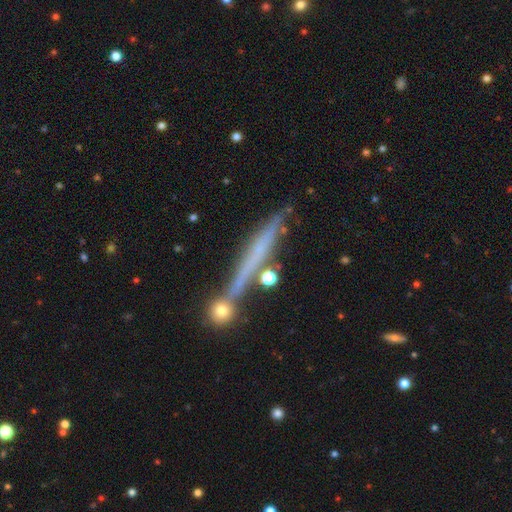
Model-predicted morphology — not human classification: Smooth or featured? Predicted: featured or disk (p=0.56). Edge-on disk? Predicted: yes (p=0.93). Edge-on bulge? Predicted: none (p=0.82). Merging? Predicted: none (p=0.72).